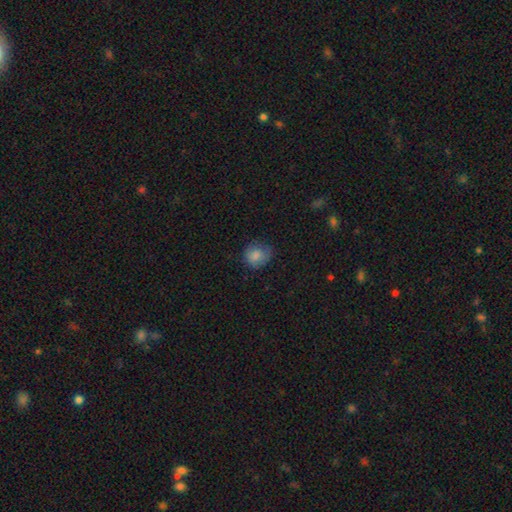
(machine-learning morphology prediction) Overall: smooth (82%). How rounded: round (72%). Merging: none (67%).